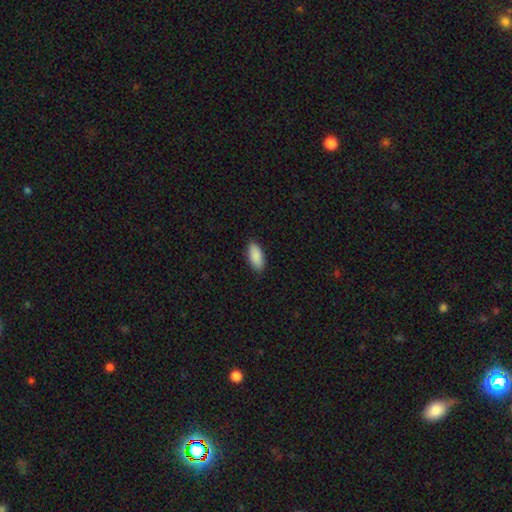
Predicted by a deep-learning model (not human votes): Overall: smooth (89%). How rounded: in between (87%). Merging: none (89%).